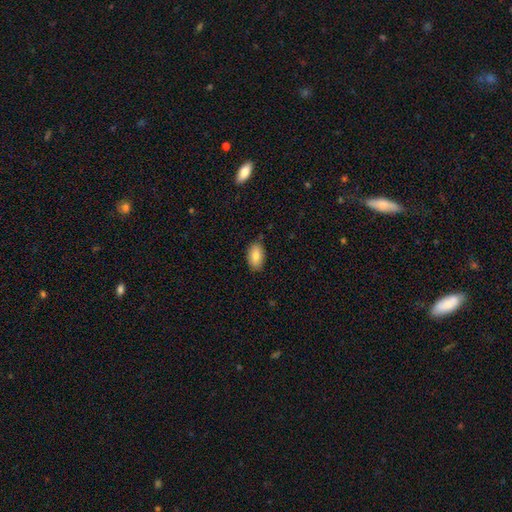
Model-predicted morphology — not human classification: type=smooth (82%); roundness=in between (93%); merging=none (84%).